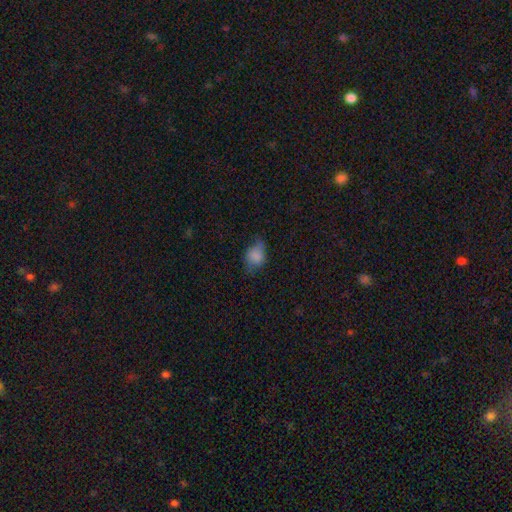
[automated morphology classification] The model was most divided on "merging": none: 48%, minor disturbance: 36%, major disturbance: 14%, merger: 2%. More confident: smooth or featured — smooth (78%); how rounded — in between (69%).